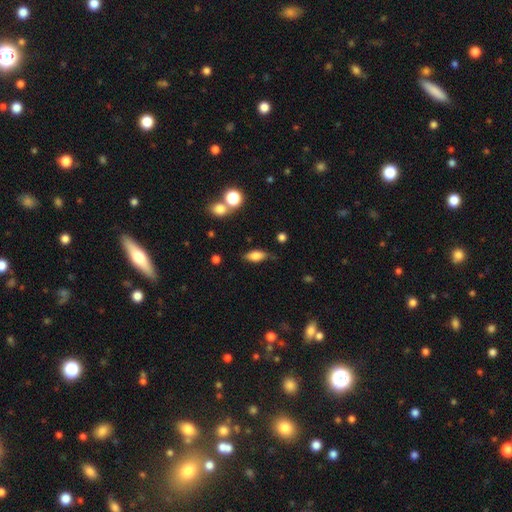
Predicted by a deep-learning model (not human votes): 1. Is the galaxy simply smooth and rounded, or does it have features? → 73% smooth, 19% featured or disk, 9% star or artifact.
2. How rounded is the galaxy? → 81% in between, 14% cigar-shaped, 5% round.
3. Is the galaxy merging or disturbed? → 70% none, 22% minor disturbance, 6% major disturbance, 3% merger.